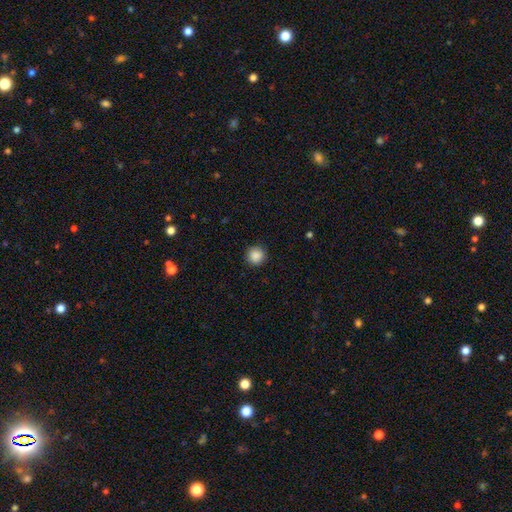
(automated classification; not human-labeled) Smooth or featured? smooth (88%)
How rounded? round (94%)
Merging? none (91%)